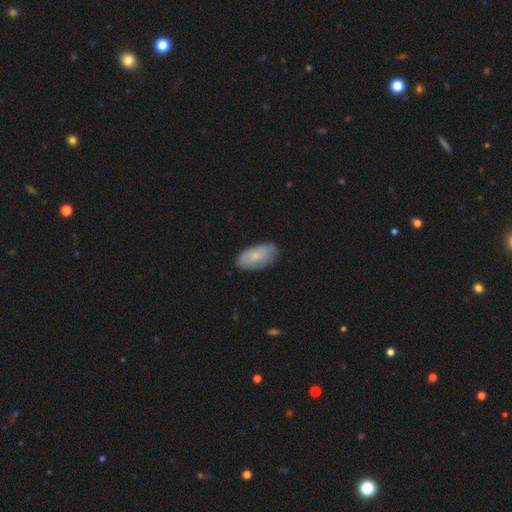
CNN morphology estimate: Smooth or featured? smooth (70%)
How rounded? in between (94%)
Merging? none (80%)